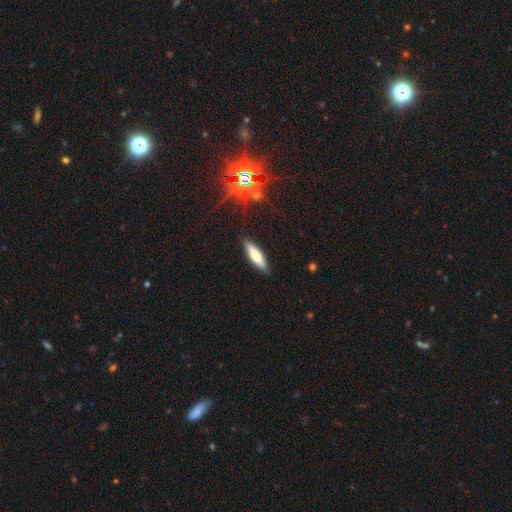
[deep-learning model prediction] Morphology: type=smooth (64%); roundness=cigar-shaped (70%); merging=none (88%).